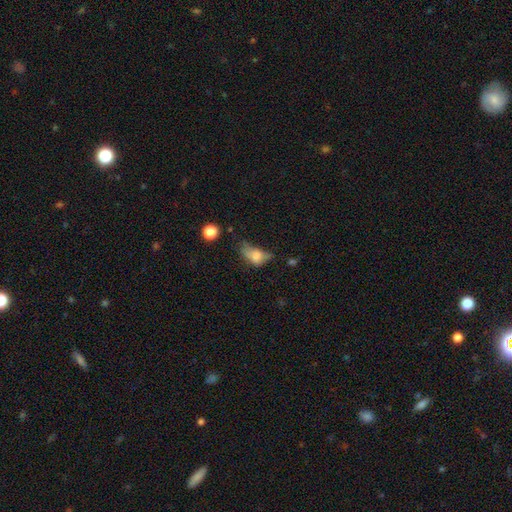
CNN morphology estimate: Q: Smooth or featured?
A: smooth (64%); runner-up: featured or disk (23%)
Q: How rounded?
A: in between (81%); runner-up: round (14%)
Q: Merging?
A: major disturbance (39%); runner-up: minor disturbance (29%)